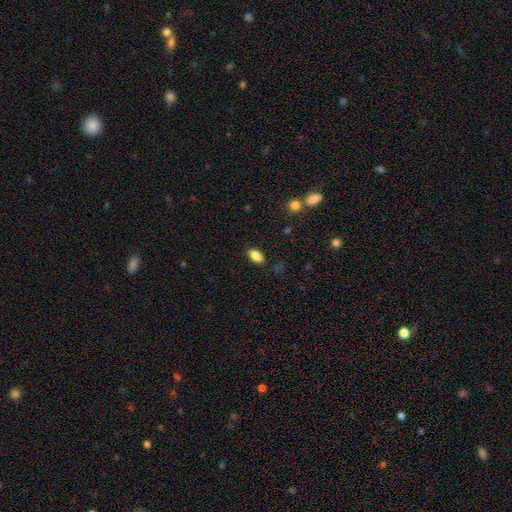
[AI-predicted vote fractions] Smooth or featured? smooth (85%)
How rounded? in between (90%)
Merging? none (86%)